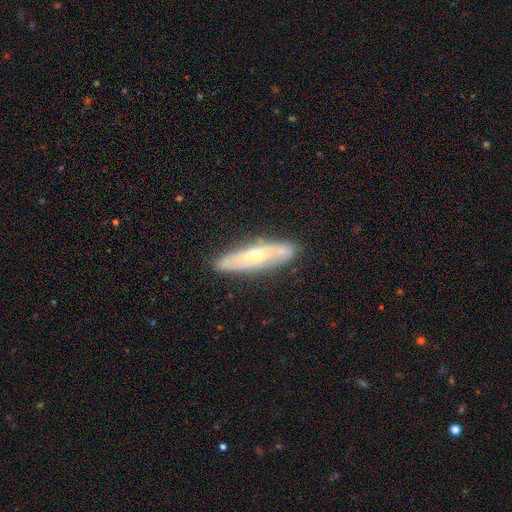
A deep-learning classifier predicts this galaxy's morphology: Overall: featured or disk (57%; smooth 36%). Edge-on disk: no (55%; yes 45%). Merging: none (82%).